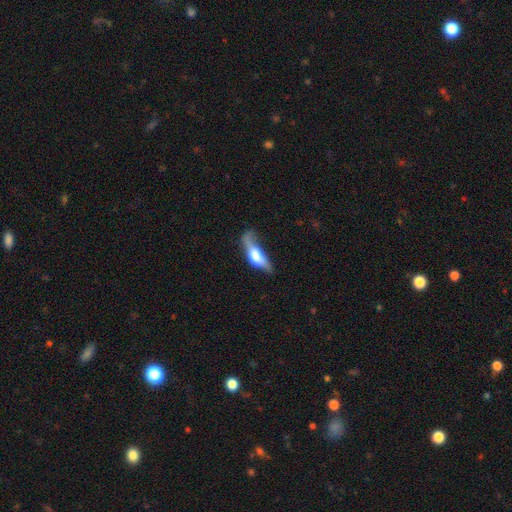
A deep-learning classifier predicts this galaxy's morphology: A smooth galaxy with no disk features (48%). Merging: major disturbance (33%).